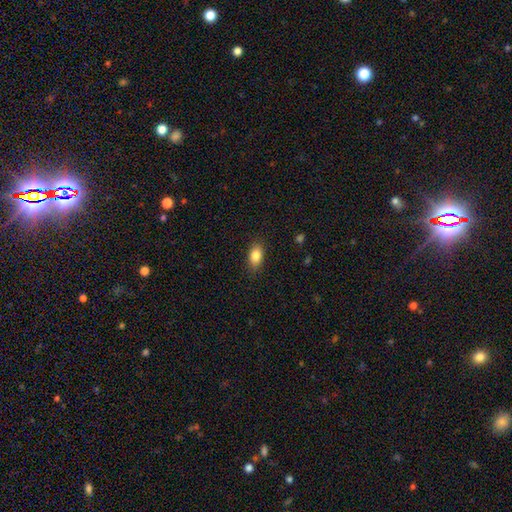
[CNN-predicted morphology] Smooth or featured?
  - smooth: 85% *
  - star or artifact: 8%
  - featured or disk: 7%
How rounded?
  - in between: 87% *
  - round: 10%
  - cigar-shaped: 3%
Merging?
  - none: 85% *
  - minor disturbance: 11%
  - major disturbance: 3%
  - merger: 1%